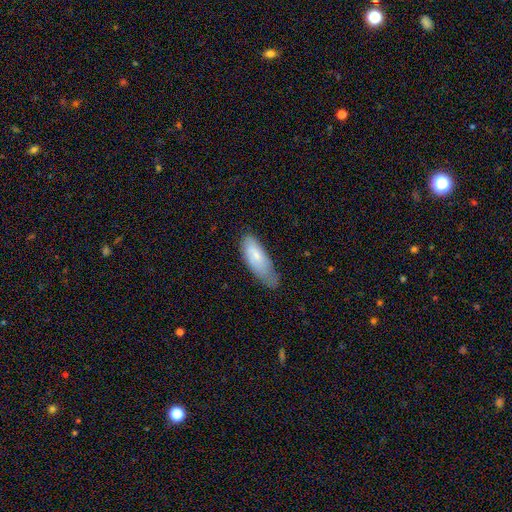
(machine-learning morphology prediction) A smooth galaxy with no disk features (75%) that is in between round and cigar-shaped (66%). Merging: none (46%).